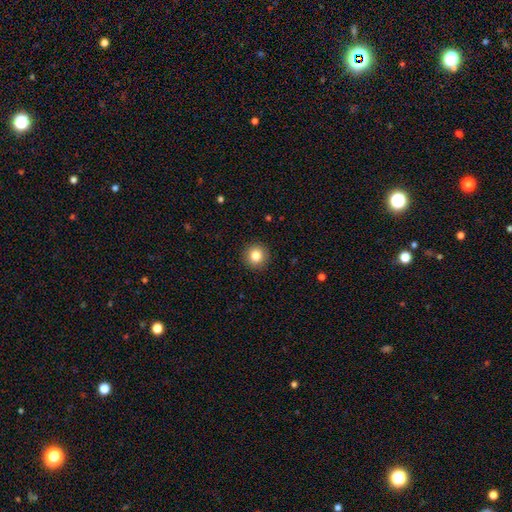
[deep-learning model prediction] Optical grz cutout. It shows a smooth galaxy with no disk features (83%) that is round (95%). Merging: none (92%).